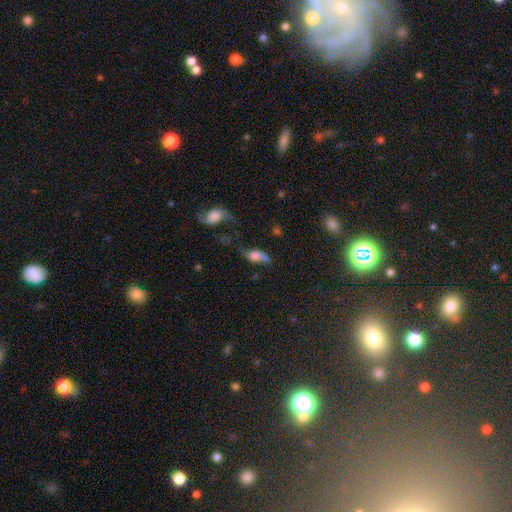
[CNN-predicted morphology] smooth-or-featured: smooth: 49% | featured or disk: 39% | star or artifact: 12%
  merging: none: 33% | major disturbance: 28% | minor disturbance: 25% | merger: 14%